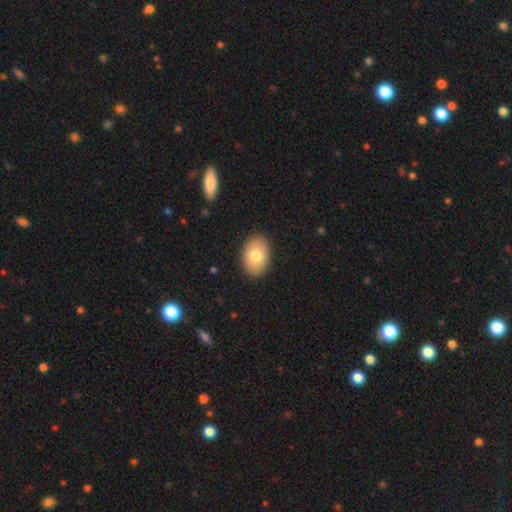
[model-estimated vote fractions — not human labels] smooth 78%, featured or disk 15%, star or artifact 7%. Down the decision tree: how rounded — in between (87%); merging — none (89%).